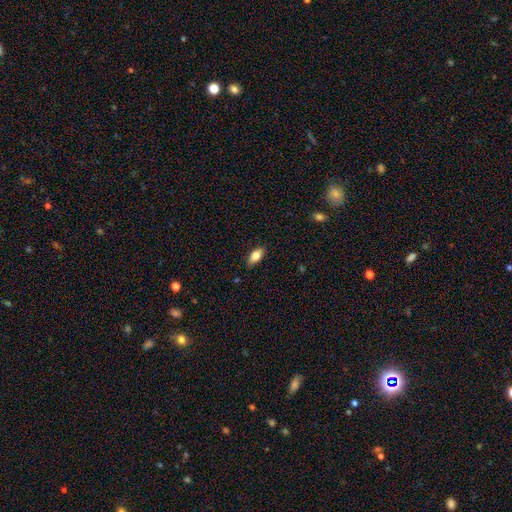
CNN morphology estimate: Smooth or featured?
  - smooth: 78% *
  - featured or disk: 15%
  - star or artifact: 7%
How rounded?
  - in between: 87% *
  - cigar-shaped: 9%
  - round: 4%
Merging?
  - none: 86% *
  - minor disturbance: 11%
  - major disturbance: 2%
  - merger: 1%